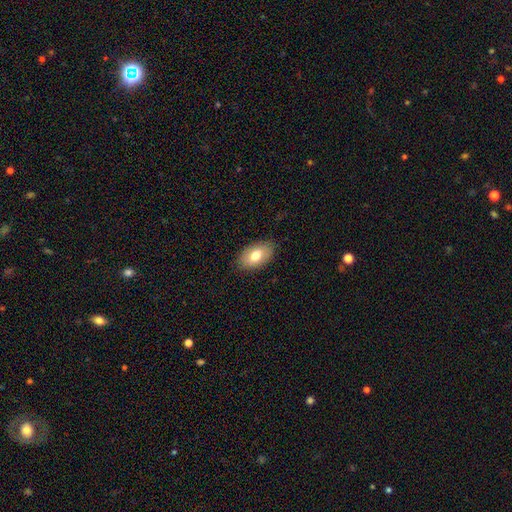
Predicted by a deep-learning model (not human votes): smooth_or_featured: smooth (p=0.75) [alt: featured or disk p=0.18]
how_rounded: in between (p=0.92) [alt: round p=0.06]
merging: none (p=0.85) [alt: minor disturbance p=0.12]